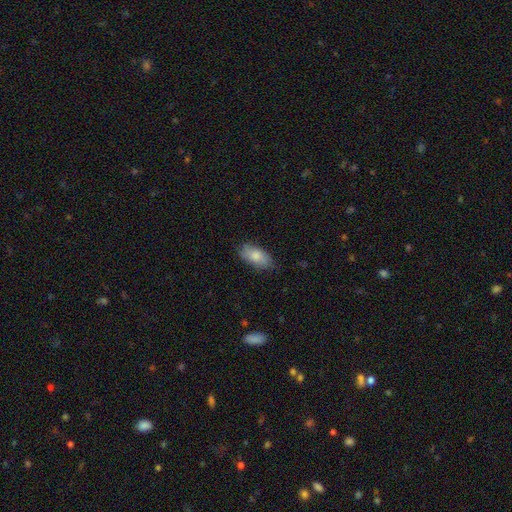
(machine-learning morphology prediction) A smooth galaxy with no disk features (79%) that is in between round and cigar-shaped (92%). Merging: none (77%).